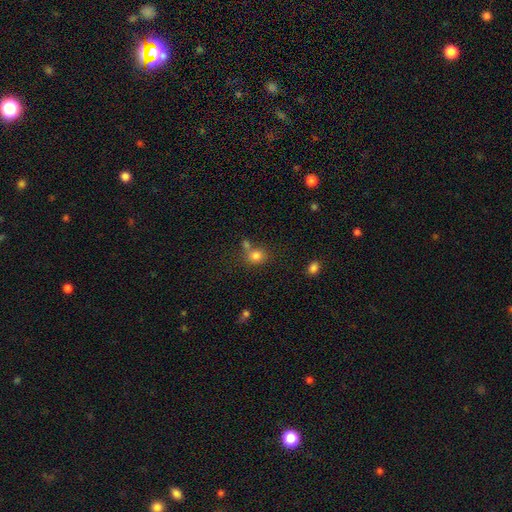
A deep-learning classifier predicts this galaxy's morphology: A smooth galaxy with no disk features (80%) that is round (71%).

Vote fractions:
- Smooth or featured? smooth: 80% / star or artifact: 13% / featured or disk: 8%
- How rounded? round: 71% / in between: 28% / cigar-shaped: 1%
- Merging? none: 56% / merger: 28% / minor disturbance: 12% / major disturbance: 5%